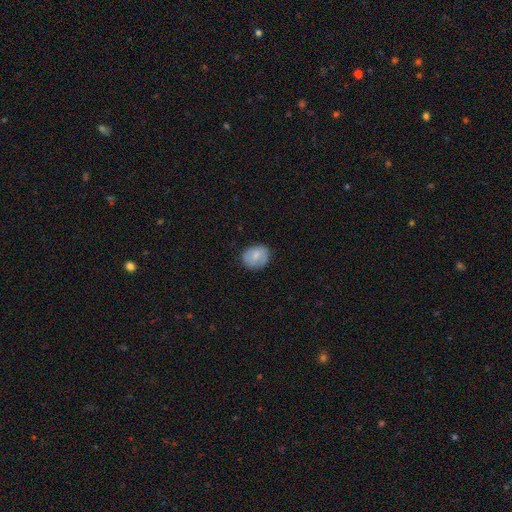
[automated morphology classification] Smooth or featured?
  - smooth: 70% *
  - featured or disk: 23%
  - star or artifact: 7%
How rounded?
  - round: 62% *
  - in between: 37%
  - cigar-shaped: 1%
Merging?
  - none: 78% *
  - minor disturbance: 17%
  - major disturbance: 4%
  - merger: 1%